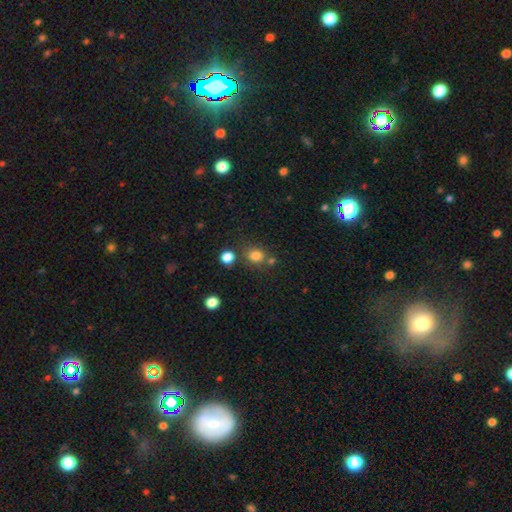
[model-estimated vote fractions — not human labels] Morphology: type=smooth (80%); roundness=round (68%); merging=none (69%).